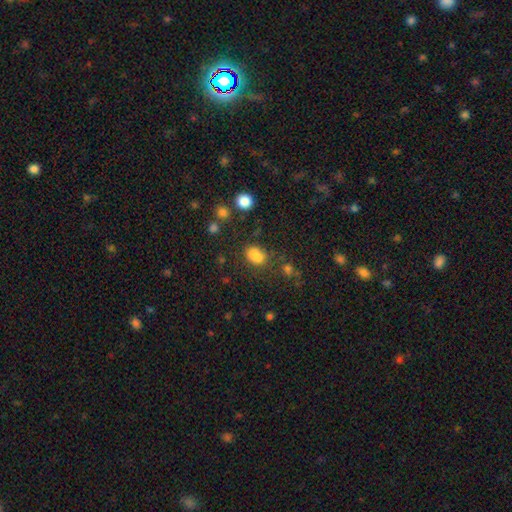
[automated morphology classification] A smooth galaxy with no disk features (79%) that is in between round and cigar-shaped (73%). Merging: none (58%).